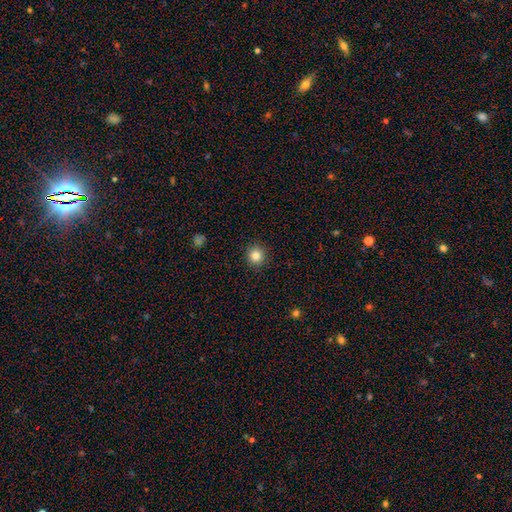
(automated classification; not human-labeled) smooth_or_featured: smooth (p=0.83) [alt: star or artifact p=0.11]
how_rounded: round (p=0.93) [alt: in between p=0.06]
merging: none (p=0.92) [alt: minor disturbance p=0.05]